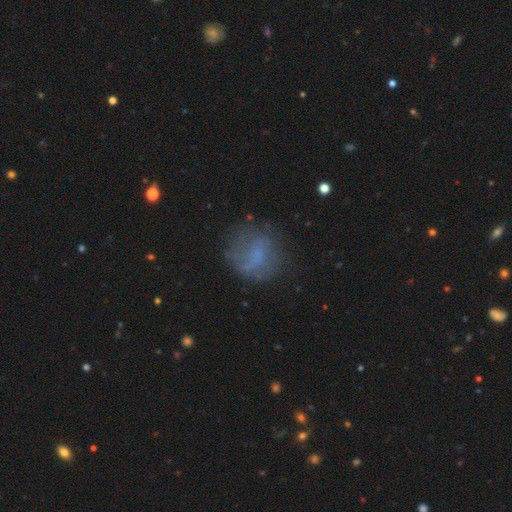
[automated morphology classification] Smooth or featured? smooth (53%)
How rounded? round (75%)
Merging? none (62%)